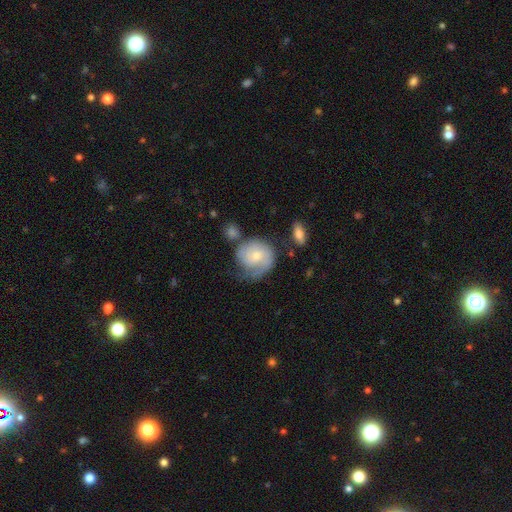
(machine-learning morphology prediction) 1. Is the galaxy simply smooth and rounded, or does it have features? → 61% featured or disk, 33% smooth, 6% star or artifact.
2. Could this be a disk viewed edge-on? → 97% no, 3% yes.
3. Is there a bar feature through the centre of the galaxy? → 68% no, 29% weak, 4% strong.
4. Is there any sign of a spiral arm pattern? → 88% yes, 12% no.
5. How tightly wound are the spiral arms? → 51% tight, 33% medium, 16% loose.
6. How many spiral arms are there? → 33% 2, 29% 1, 25% can't tell, 8% 3, 2% 4, 2% more than 4.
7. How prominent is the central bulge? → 56% small, 38% moderate, 3% none, 2% large, 1% dominant.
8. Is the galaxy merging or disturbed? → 50% none, 25% minor disturbance, 17% major disturbance, 9% merger.